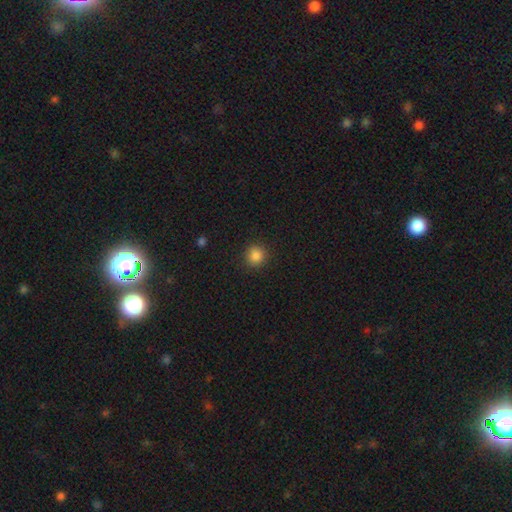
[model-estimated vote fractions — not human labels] Morphology: type=smooth (85%); roundness=round (91%); merging=none (90%).